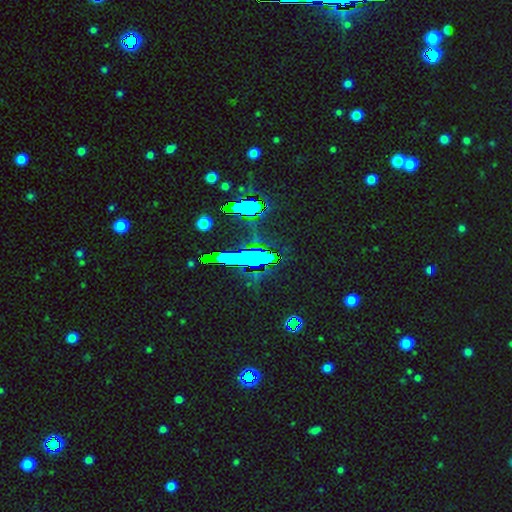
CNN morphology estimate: The model was most divided on "smooth or featured": star or artifact: 72%, smooth: 17%, featured or disk: 11%.